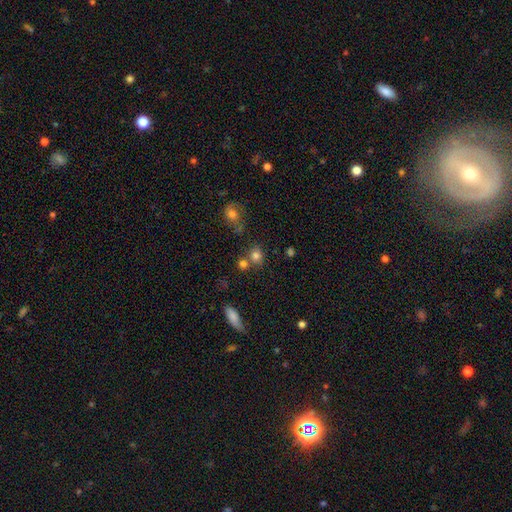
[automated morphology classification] A smooth galaxy with no disk features (79%) that is round (78%). Merging: none (61%).